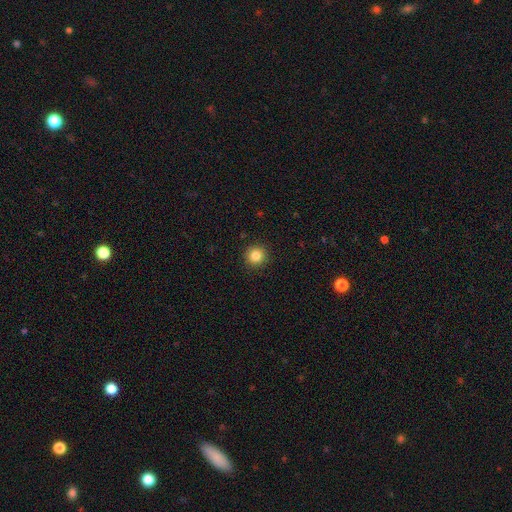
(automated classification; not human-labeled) Smooth or featured? Predicted: smooth (p=0.84). How rounded? Predicted: round (p=0.95). Merging? Predicted: none (p=0.92).